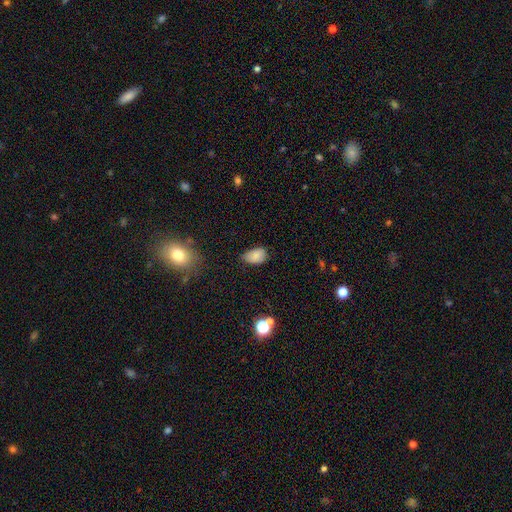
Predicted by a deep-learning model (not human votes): Smooth or featured? smooth (82%)
How rounded? in between (89%)
Merging? none (58%)